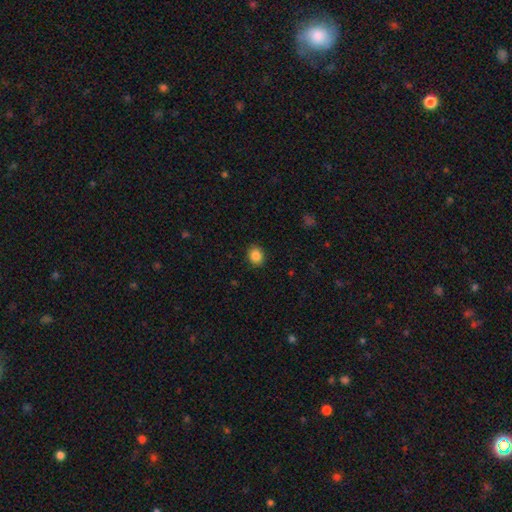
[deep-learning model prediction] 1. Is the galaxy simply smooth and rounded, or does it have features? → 87% smooth, 9% star or artifact, 4% featured or disk.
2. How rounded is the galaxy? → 63% round, 37% in between, 1% cigar-shaped.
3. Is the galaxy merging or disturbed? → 90% none, 7% minor disturbance, 2% major disturbance, 1% merger.